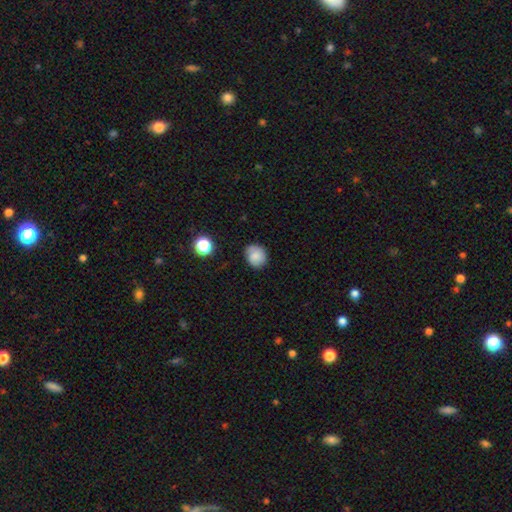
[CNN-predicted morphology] smooth-or-featured: smooth: 84% | star or artifact: 10% | featured or disk: 6%
  how-rounded: round: 73% | in between: 26% | cigar-shaped: 1%
  merging: none: 79% | minor disturbance: 16% | major disturbance: 3% | merger: 2%